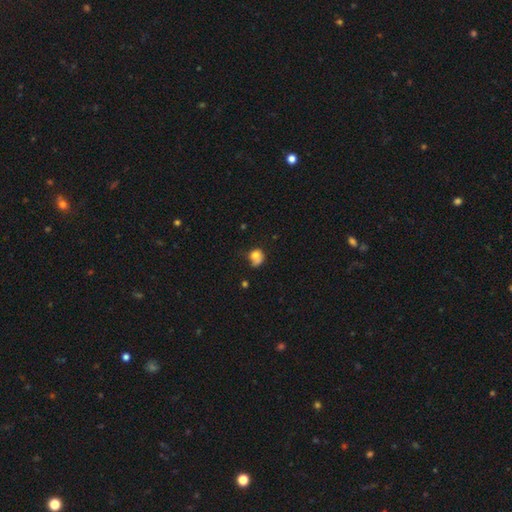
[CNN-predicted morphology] This is likely a smooth galaxy (74%). How rounded: likely round (65%). Merging: marginally none (35%).